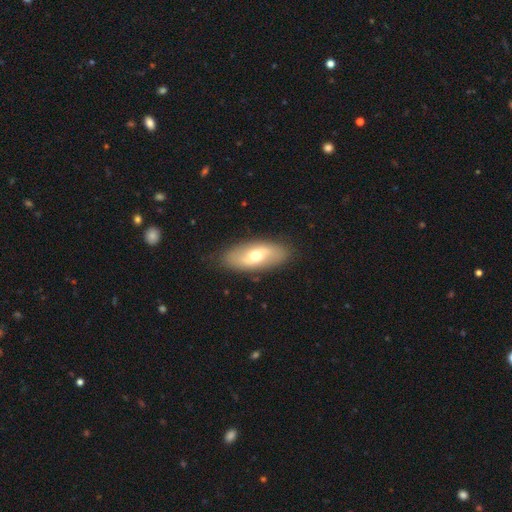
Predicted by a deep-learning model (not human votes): Morphology: type=featured or disk (48%); merging=none (85%).